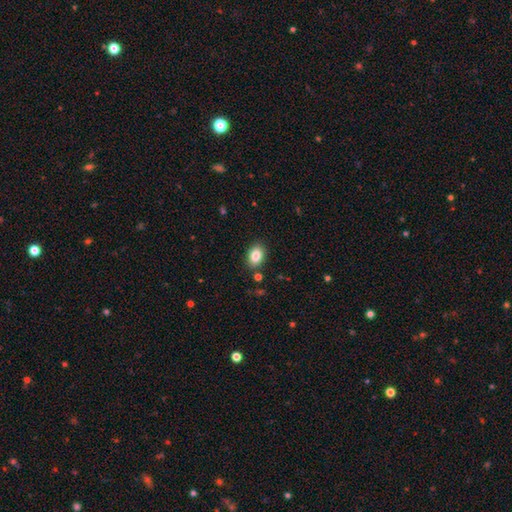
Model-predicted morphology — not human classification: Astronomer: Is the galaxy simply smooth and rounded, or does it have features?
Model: smooth — 85%.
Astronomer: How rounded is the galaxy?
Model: in between — 82%.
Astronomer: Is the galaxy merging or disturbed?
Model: none — 87%.